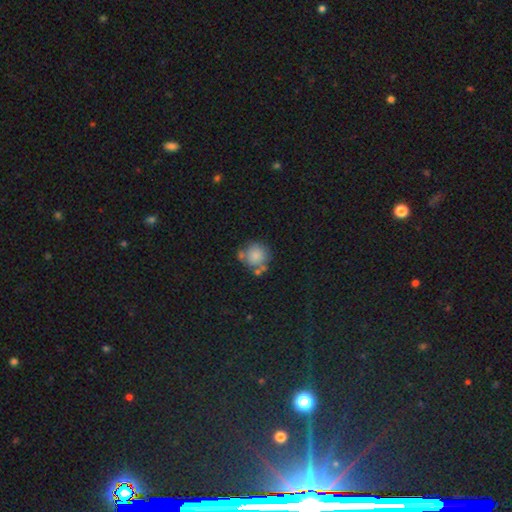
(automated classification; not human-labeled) This appears to be a smooth galaxy with no disk features (78%) that is round (90%). Merging: none (56%).